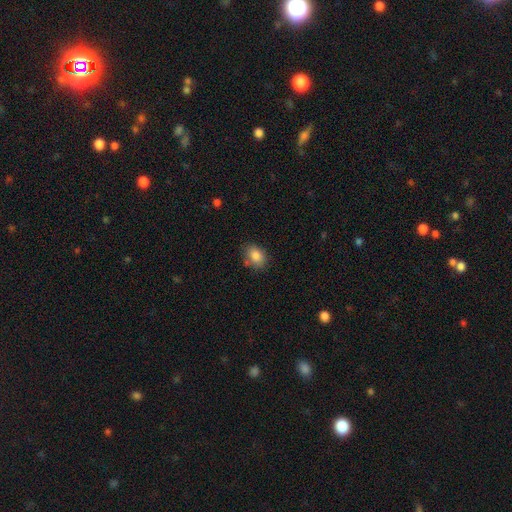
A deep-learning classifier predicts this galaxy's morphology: smooth-or-featured: smooth: 85% | star or artifact: 9% | featured or disk: 6%
  how-rounded: in between: 69% | round: 30% | cigar-shaped: 1%
  merging: none: 75% | minor disturbance: 17% | merger: 5% | major disturbance: 4%